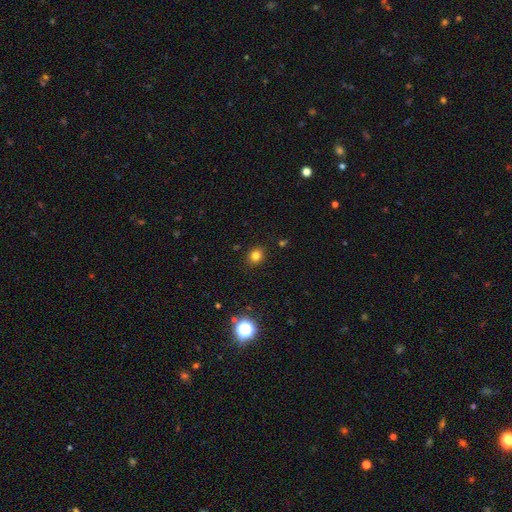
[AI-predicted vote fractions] Smooth or featured: smooth — 79% (star or artifact — 15%)
How rounded: round — 74% (in between — 25%)
Merging: none — 89% (minor disturbance — 8%)